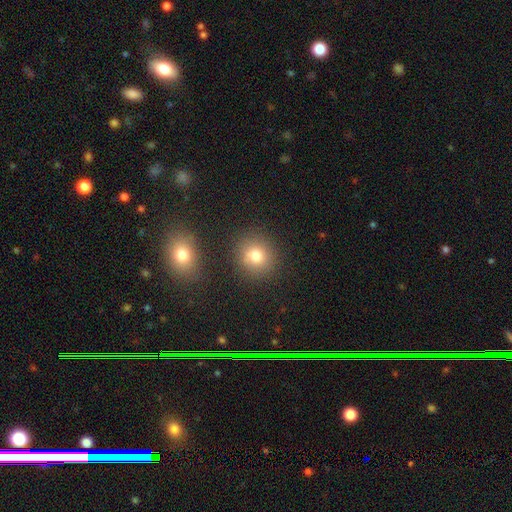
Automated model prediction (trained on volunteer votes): Smooth or featured? smooth (77%)
How rounded? round (85%)
Merging? none (84%)